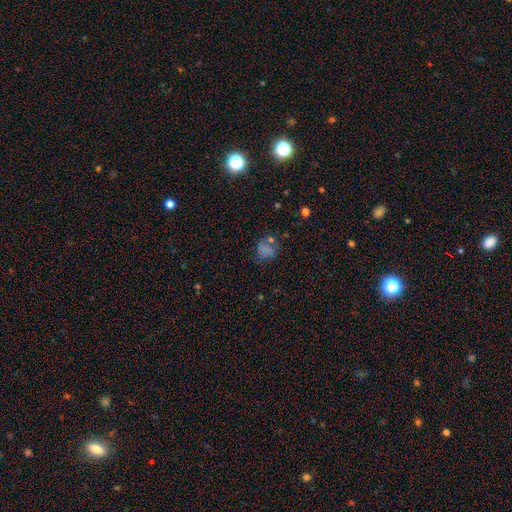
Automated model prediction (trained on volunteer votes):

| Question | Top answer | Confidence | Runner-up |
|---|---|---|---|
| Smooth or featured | star or artifact | 45% | smooth (40%) |